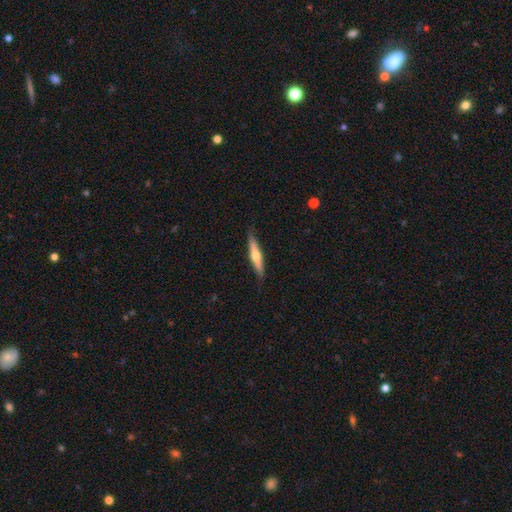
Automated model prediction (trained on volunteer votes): smooth-or-featured: featured or disk: 53% | smooth: 42% | star or artifact: 5%
  disk-edge-on: yes: 95% | no: 5%
    edge-on-bulge: rounded: 90% | none: 7% | boxy: 3%
  merging: none: 87% | minor disturbance: 11% | major disturbance: 2% | merger: 1%